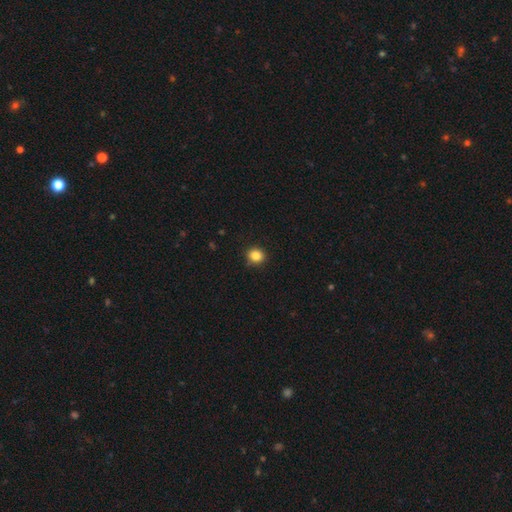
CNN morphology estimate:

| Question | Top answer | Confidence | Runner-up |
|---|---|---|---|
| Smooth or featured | smooth | 85% | star or artifact (11%) |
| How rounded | round | 84% | in between (15%) |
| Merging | none | 88% | minor disturbance (9%) |